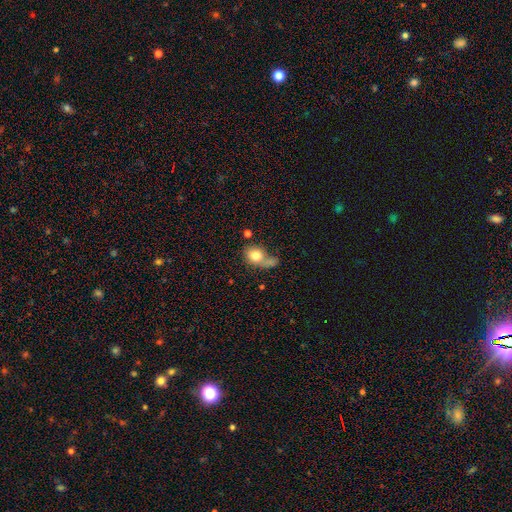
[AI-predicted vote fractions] A smooth galaxy with no disk features (77%) that is round (51%).

Vote fractions:
- Smooth or featured? smooth: 77% / featured or disk: 14% / star or artifact: 9%
- How rounded? round: 51% / in between: 47% / cigar-shaped: 2%
- Merging? none: 32% / merger: 31% / major disturbance: 20% / minor disturbance: 18%